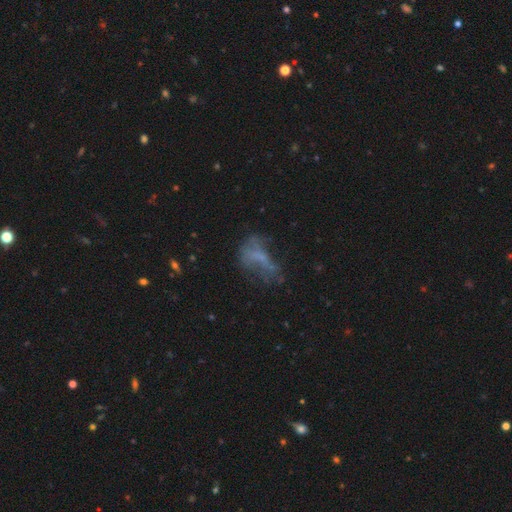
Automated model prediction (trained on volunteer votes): Overall: featured or disk (42%; smooth 35%). Merging: major disturbance (37%; none 36%).